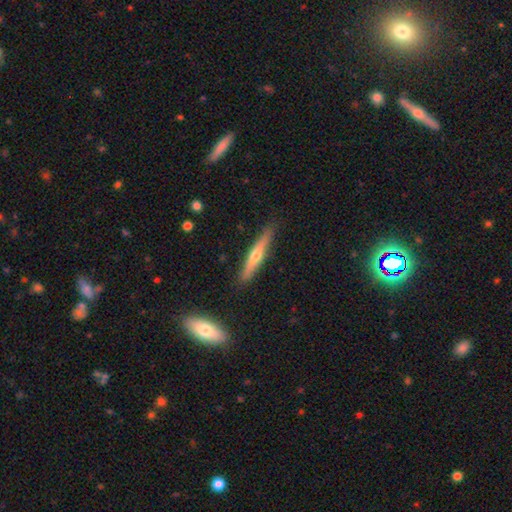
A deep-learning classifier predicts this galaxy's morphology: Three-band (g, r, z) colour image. It shows a featured or disk galaxy (58%) viewed edge-on (95%) with a rounded central bulge (87%). Merging: none (87%).